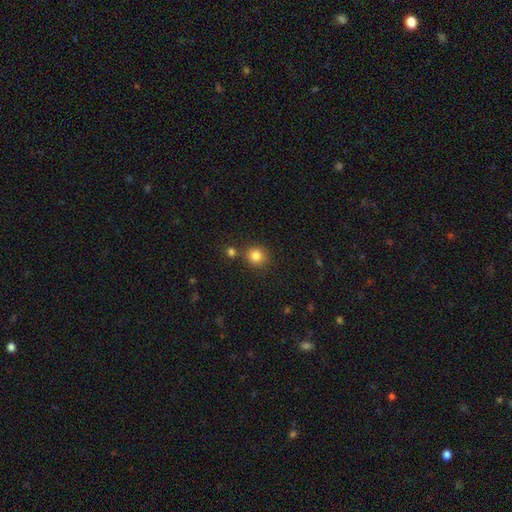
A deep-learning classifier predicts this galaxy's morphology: A smooth galaxy with no disk features (84%) that is round (88%). Merging: none (77%).